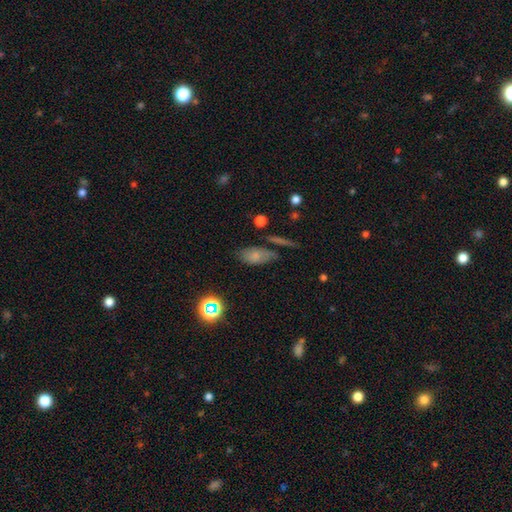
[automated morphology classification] smooth_or_featured: smooth (p=0.68) [alt: star or artifact p=0.17]
how_rounded: in between (p=0.85) [alt: round p=0.08]
merging: none (p=0.62) [alt: minor disturbance p=0.23]